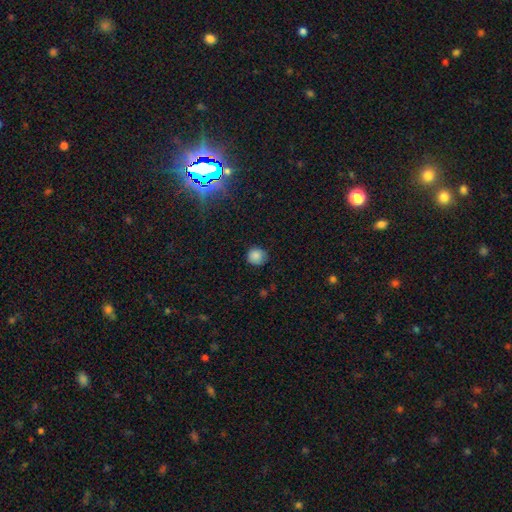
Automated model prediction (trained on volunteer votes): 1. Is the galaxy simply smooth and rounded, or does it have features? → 85% smooth, 11% star or artifact, 5% featured or disk.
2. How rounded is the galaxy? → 89% round, 10% in between, 1% cigar-shaped.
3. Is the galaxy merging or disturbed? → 81% none, 15% minor disturbance, 3% major disturbance, 1% merger.